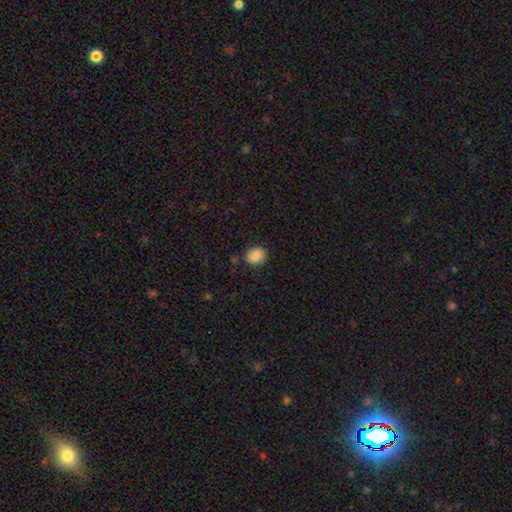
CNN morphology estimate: smooth_or_featured: smooth (p=0.87) [alt: star or artifact p=0.09]
how_rounded: round (p=0.72) [alt: in between p=0.27]
merging: none (p=0.84) [alt: minor disturbance p=0.11]